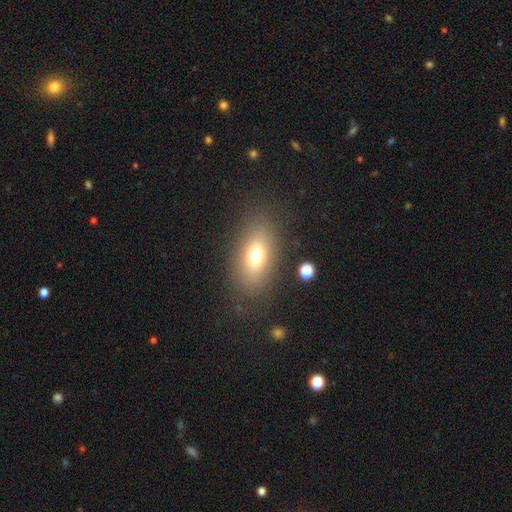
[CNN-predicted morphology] Overall: smooth (70%). How rounded: in between (84%). Merging: none (82%).